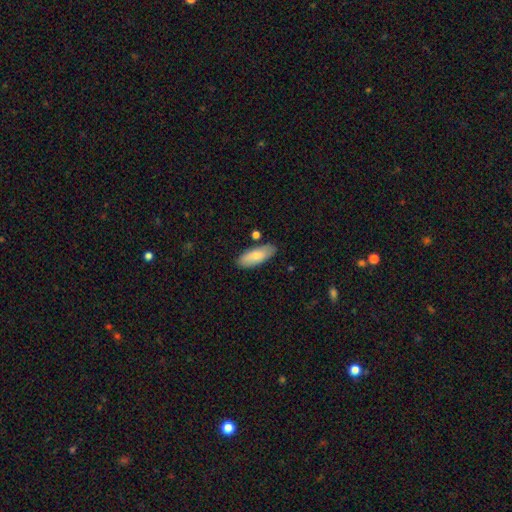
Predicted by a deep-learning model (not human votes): Smooth or featured: smooth — 80% (featured or disk — 15%)
How rounded: in between — 79% (cigar-shaped — 19%)
Merging: none — 80% (minor disturbance — 14%)